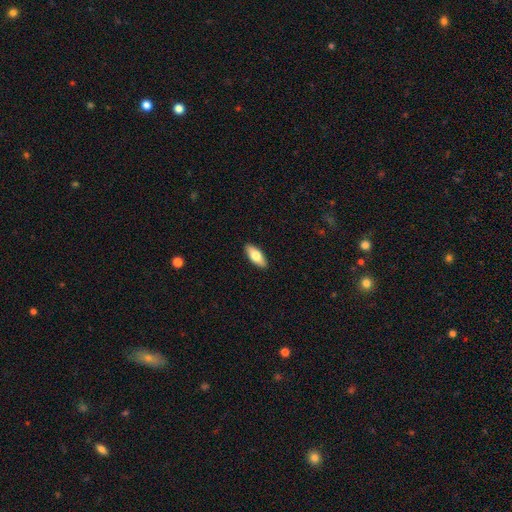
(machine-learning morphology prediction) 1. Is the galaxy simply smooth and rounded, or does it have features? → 73% smooth, 22% featured or disk, 6% star or artifact.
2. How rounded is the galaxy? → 76% in between, 21% cigar-shaped, 2% round.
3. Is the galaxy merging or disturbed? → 91% none, 7% minor disturbance, 1% major disturbance, 1% merger.